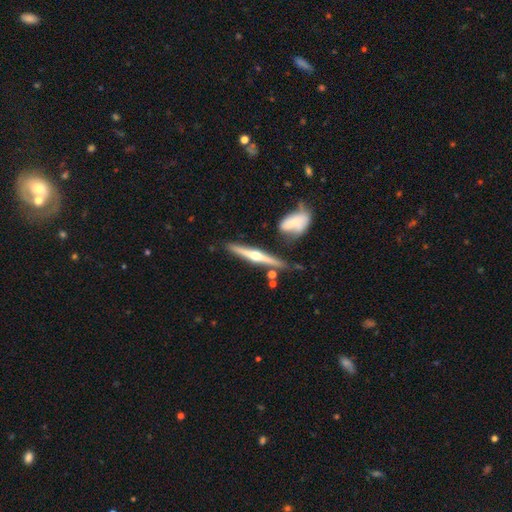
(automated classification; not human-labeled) A featured or disk galaxy (77%) viewed edge-on (97%) with a rounded central bulge (94%). Merging: none (81%).